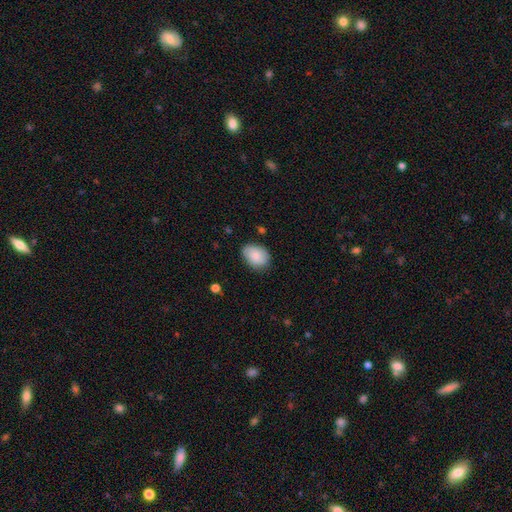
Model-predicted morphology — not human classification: This is clearly a smooth galaxy (81%). How rounded: likely in between (75%). Merging: likely none (77%).